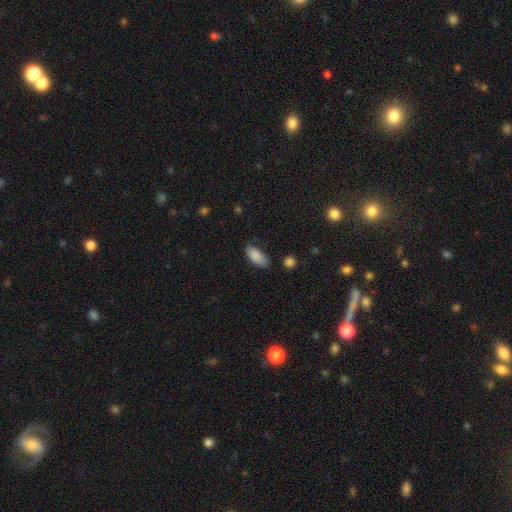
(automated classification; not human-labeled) smooth-or-featured: smooth: 88% | star or artifact: 7% | featured or disk: 5%
  how-rounded: in between: 89% | cigar-shaped: 9% | round: 2%
  merging: none: 74% | minor disturbance: 20% | major disturbance: 4% | merger: 2%